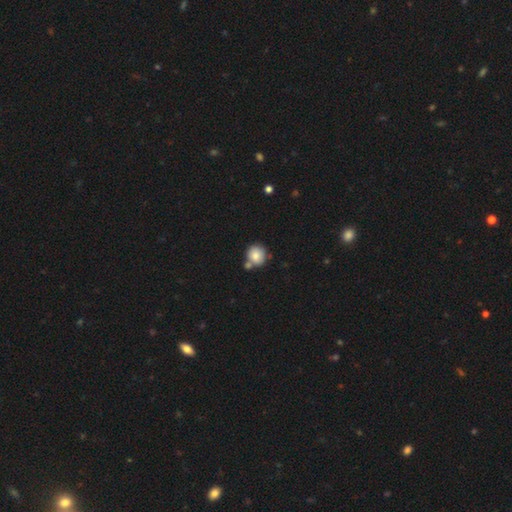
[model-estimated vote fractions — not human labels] Overall: smooth (82%). How rounded: round (88%). Merging: none (62%; merger 23%).